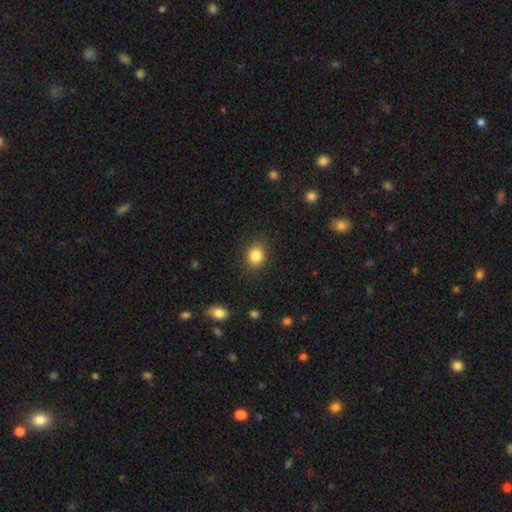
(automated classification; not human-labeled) This appears to be a smooth galaxy with no disk features (85%) that is round (68%). Merging: none (86%).